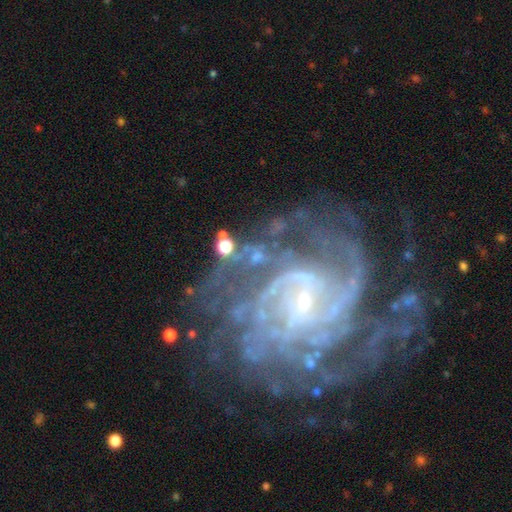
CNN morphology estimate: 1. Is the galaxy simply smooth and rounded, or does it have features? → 74% featured or disk, 14% star or artifact, 13% smooth.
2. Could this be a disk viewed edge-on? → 95% no, 5% yes.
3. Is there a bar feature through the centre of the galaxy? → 38% weak, 34% no, 28% strong.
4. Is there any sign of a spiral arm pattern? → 89% yes, 11% no.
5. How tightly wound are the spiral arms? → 54% tight, 34% medium, 12% loose.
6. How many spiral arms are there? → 31% can't tell, 23% 2, 16% 3, 11% 4, 10% more than 4, 8% 1.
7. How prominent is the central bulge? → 58% small, 28% moderate, 8% none, 4% large, 2% dominant.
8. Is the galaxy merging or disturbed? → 57% none, 17% minor disturbance, 17% major disturbance, 8% merger.